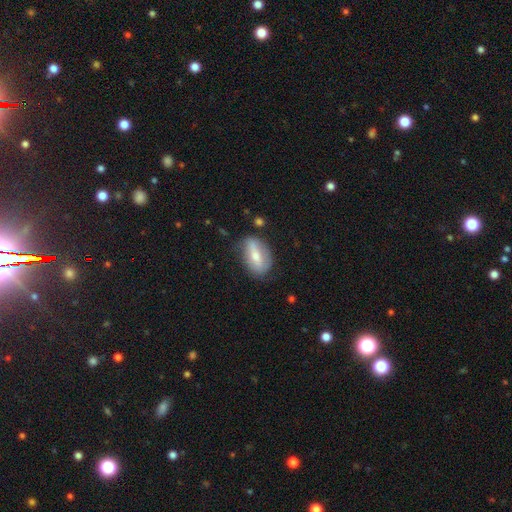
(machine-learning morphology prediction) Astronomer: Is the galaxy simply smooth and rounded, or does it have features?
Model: smooth — 52% (runner-up: featured or disk, 41%).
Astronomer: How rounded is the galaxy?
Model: in between — 82%.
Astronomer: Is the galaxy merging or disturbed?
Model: none — 69%.